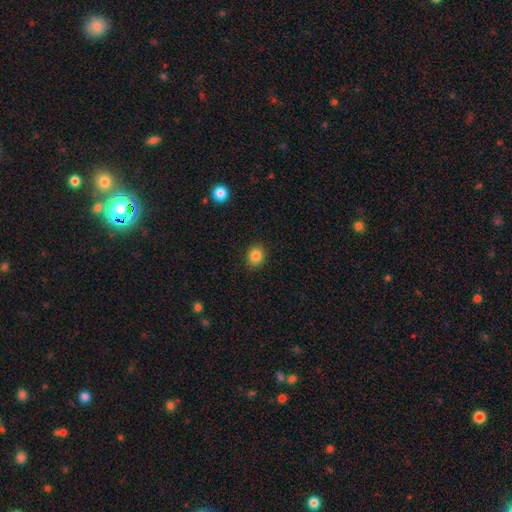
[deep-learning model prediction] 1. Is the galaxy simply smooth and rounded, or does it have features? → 85% smooth, 10% star or artifact, 4% featured or disk.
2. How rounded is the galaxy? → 69% round, 30% in between, 1% cigar-shaped.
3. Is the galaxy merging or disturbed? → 89% none, 7% minor disturbance, 2% major disturbance, 1% merger.